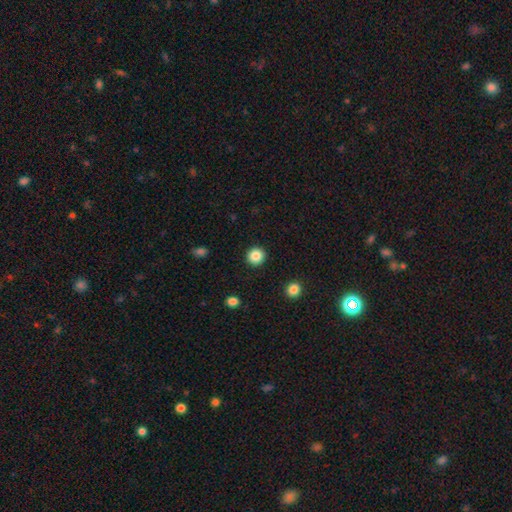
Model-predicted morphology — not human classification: Smooth or featured: smooth — 86% (star or artifact — 10%)
How rounded: round — 93% (in between — 6%)
Merging: none — 92% (minor disturbance — 5%)